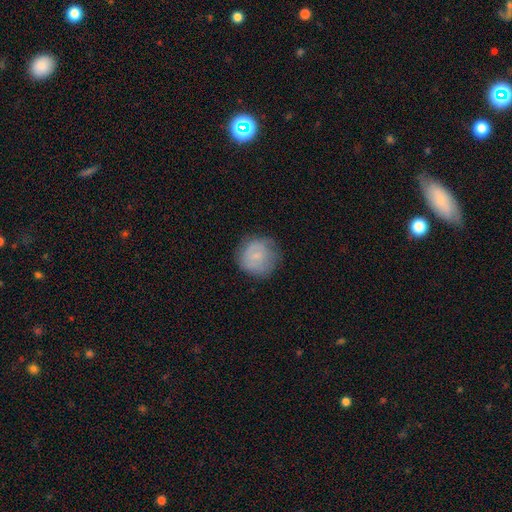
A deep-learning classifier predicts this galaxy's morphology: Smooth or featured: smooth — 69% (featured or disk — 24%)
How rounded: round — 88% (in between — 11%)
Merging: none — 66% (minor disturbance — 24%)